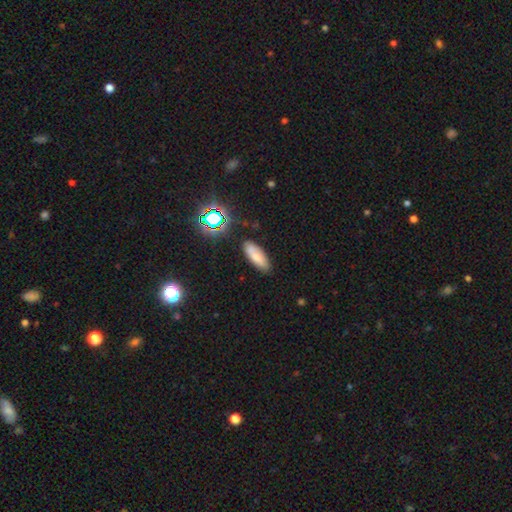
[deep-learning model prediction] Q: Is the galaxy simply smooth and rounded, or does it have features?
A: smooth — 72%.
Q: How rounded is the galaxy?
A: in between — 71%.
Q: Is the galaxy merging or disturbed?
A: none — 81%.